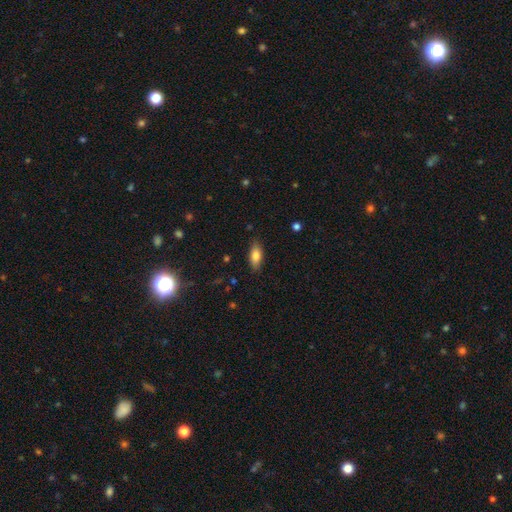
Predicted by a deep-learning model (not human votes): Smooth or featured? smooth (80%)
How rounded? in between (83%)
Merging? none (83%)